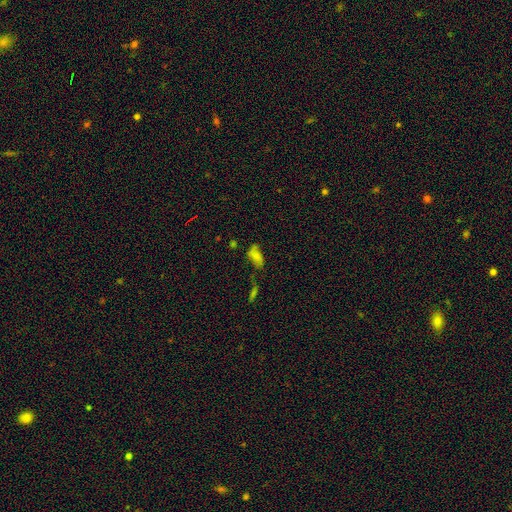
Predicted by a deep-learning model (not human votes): This appears to be a smooth galaxy with no disk features (64%) that is in between round and cigar-shaped (86%). Merging: none (39%).